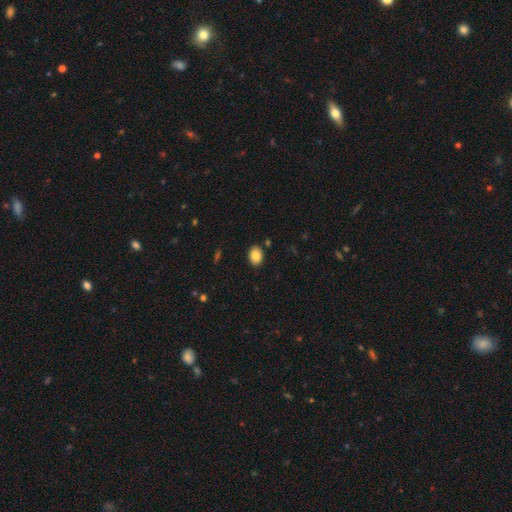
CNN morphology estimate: smooth 85%, star or artifact 8%, featured or disk 7%. Down the decision tree: how rounded — in between (68%); merging — none (87%).